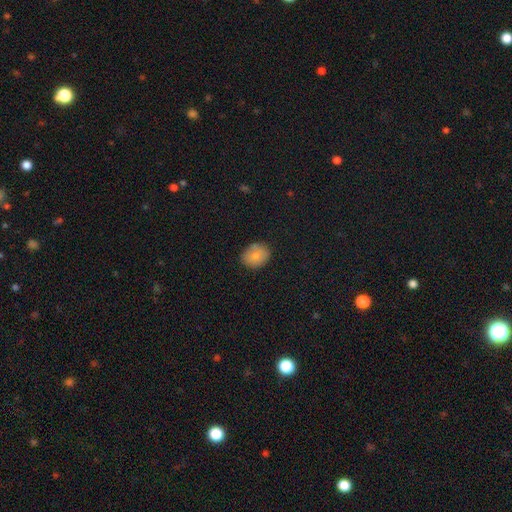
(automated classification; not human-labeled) Overall: smooth (81%). How rounded: in between (51%; round 48%). Merging: none (81%).